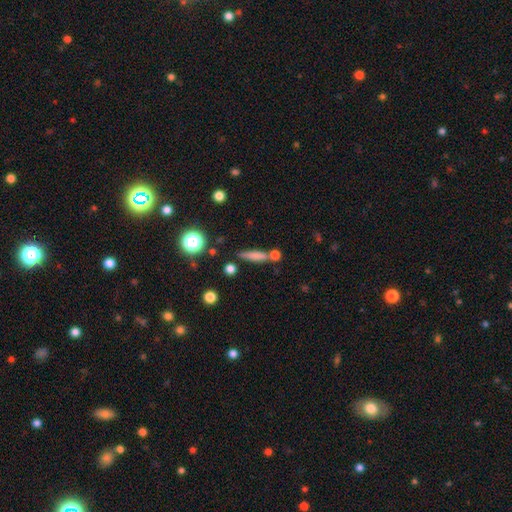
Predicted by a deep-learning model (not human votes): Morphology: type=smooth (70%); roundness=cigar-shaped (80%); merging=none (69%).